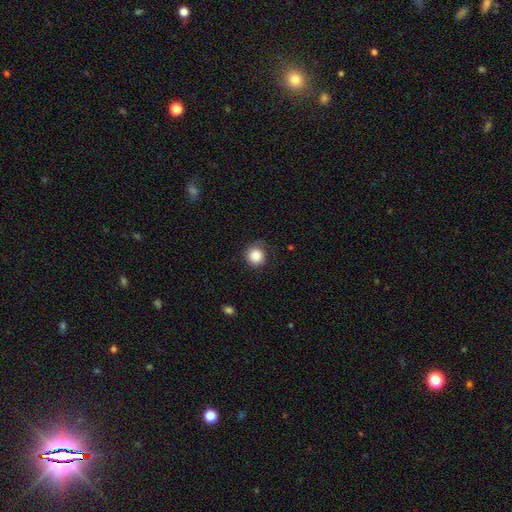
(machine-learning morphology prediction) Smooth or featured? smooth (86%)
How rounded? round (91%)
Merging? none (69%)